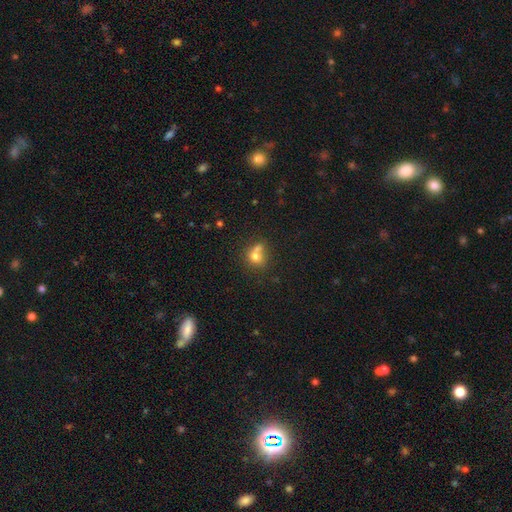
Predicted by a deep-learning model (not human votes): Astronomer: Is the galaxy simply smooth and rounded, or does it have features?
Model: smooth — 72%.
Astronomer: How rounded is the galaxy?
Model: round — 71%.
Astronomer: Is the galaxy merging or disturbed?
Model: merger — 49% (runner-up: none, 34%).